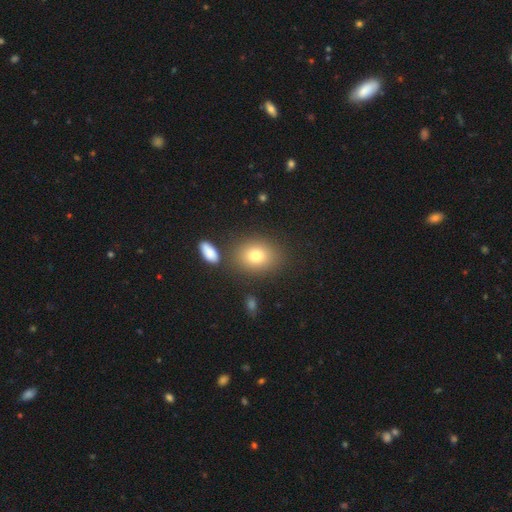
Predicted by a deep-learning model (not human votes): Q: Smooth or featured?
A: smooth (78%); runner-up: featured or disk (11%)
Q: How rounded?
A: in between (62%); runner-up: round (36%)
Q: Merging?
A: none (78%); runner-up: minor disturbance (10%)